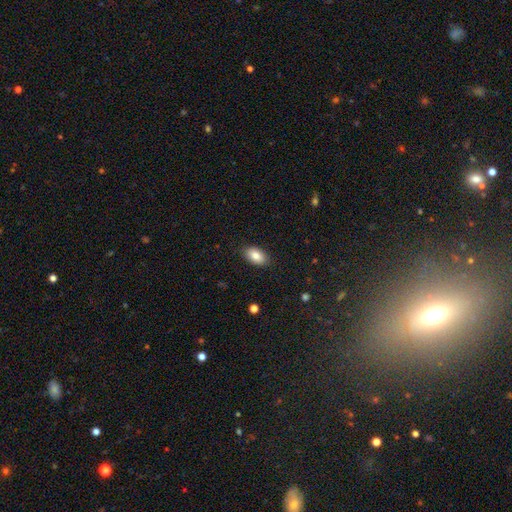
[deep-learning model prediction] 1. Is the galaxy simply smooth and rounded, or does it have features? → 85% smooth, 8% featured or disk, 7% star or artifact.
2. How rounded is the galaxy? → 93% in between, 5% round, 2% cigar-shaped.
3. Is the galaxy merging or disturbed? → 87% none, 9% minor disturbance, 2% major disturbance, 1% merger.